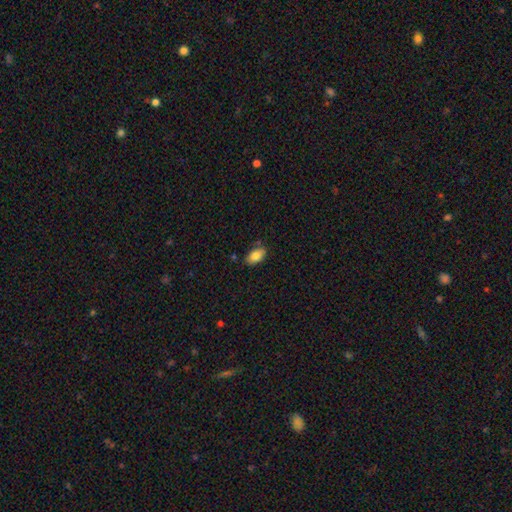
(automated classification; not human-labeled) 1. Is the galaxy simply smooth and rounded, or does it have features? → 82% smooth, 11% featured or disk, 7% star or artifact.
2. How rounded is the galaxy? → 92% in between, 5% round, 3% cigar-shaped.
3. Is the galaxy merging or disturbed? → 77% none, 16% minor disturbance, 3% merger, 3% major disturbance.